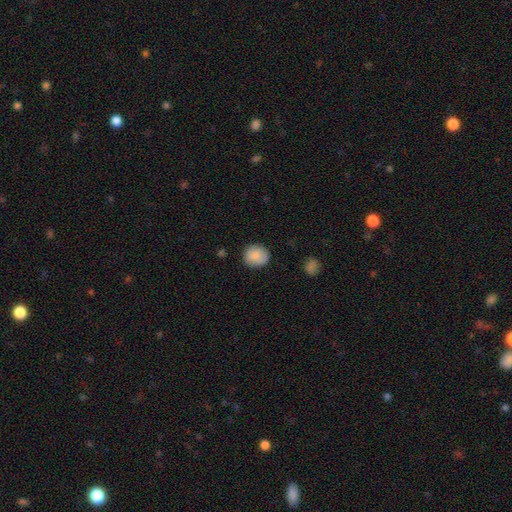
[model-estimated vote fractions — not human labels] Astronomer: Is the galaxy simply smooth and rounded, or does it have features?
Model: smooth — 86%.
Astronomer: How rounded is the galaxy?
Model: round — 83%.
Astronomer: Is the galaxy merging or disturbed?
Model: none — 85%.